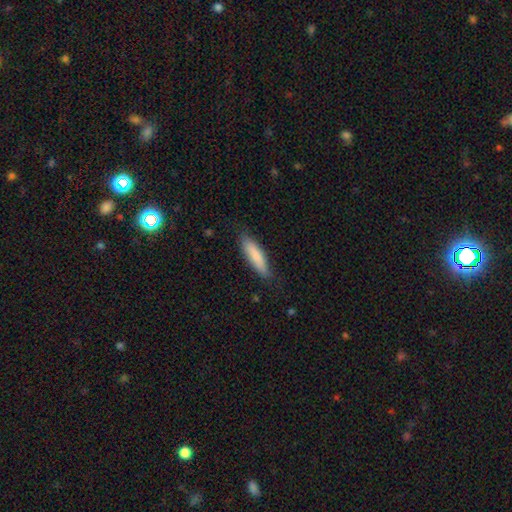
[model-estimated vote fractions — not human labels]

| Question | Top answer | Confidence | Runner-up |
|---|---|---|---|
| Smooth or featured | smooth | 83% | featured or disk (12%) |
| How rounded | cigar-shaped | 66% | in between (32%) |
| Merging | none | 81% | minor disturbance (15%) |